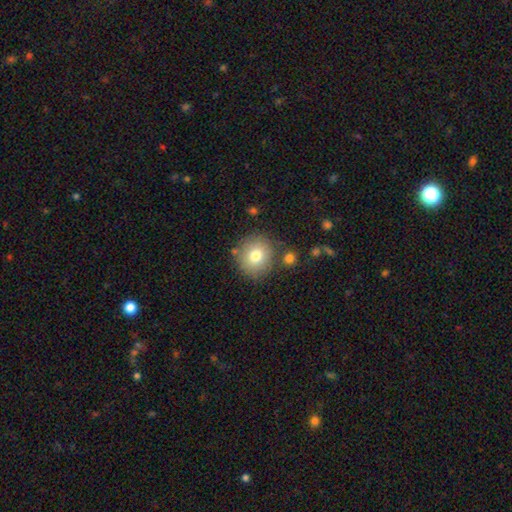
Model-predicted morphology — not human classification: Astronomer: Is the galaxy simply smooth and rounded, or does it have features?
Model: smooth — 77%.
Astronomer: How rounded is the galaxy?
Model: round — 87%.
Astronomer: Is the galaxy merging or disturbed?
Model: none — 79%.